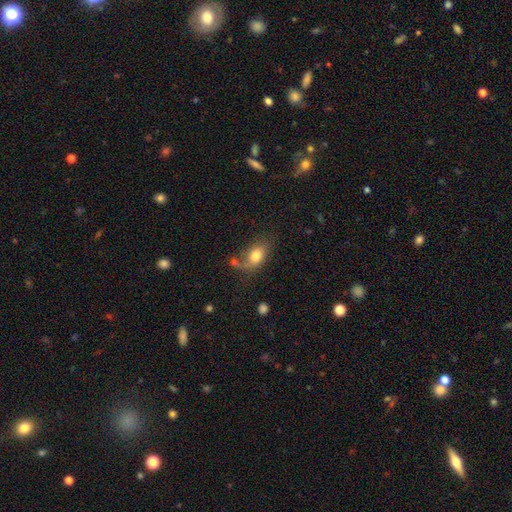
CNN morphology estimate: This appears to be a smooth galaxy with no disk features (77%) that is in between round and cigar-shaped (80%). Merging: none (51%).